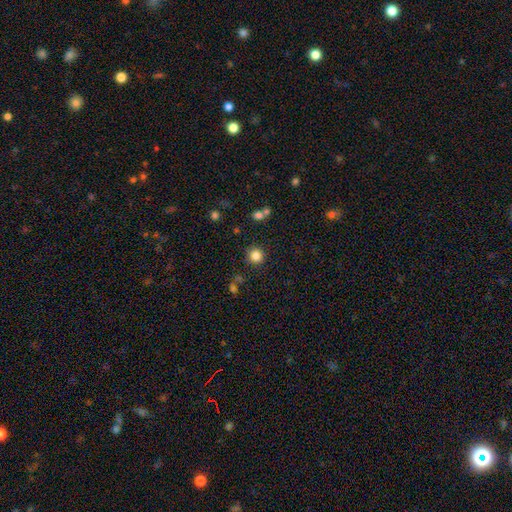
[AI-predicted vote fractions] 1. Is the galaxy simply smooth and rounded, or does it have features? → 84% smooth, 11% star or artifact, 4% featured or disk.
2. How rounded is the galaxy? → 93% round, 6% in between, 1% cigar-shaped.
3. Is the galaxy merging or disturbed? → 86% none, 7% minor disturbance, 4% merger, 3% major disturbance.